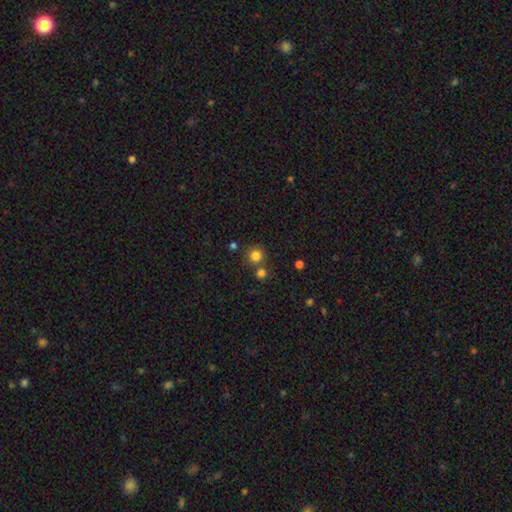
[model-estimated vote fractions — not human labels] Smooth or featured? Predicted: smooth (p=0.81). How rounded? Predicted: round (p=0.92). Merging? Predicted: none (p=0.72).